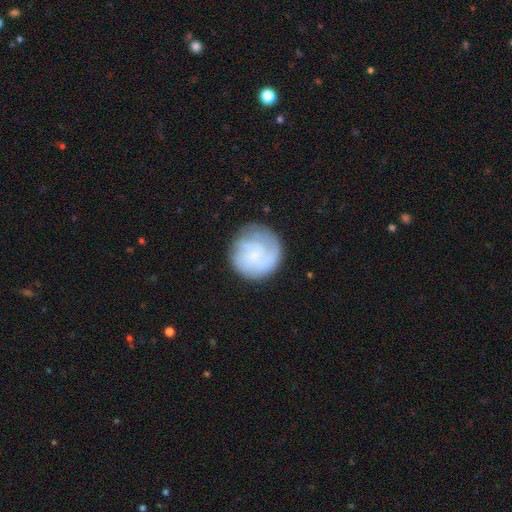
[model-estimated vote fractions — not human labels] This is possibly a smooth galaxy (54%). How rounded: clearly round (92%). Merging: likely none (72%).